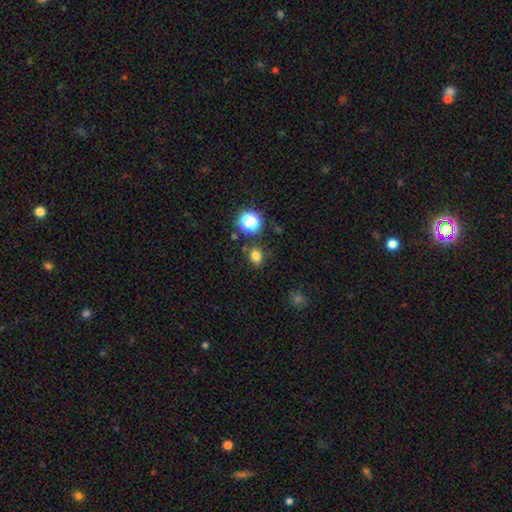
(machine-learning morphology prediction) Smooth or featured?
  - smooth: 77% *
  - star or artifact: 18%
  - featured or disk: 6%
How rounded?
  - round: 60% *
  - in between: 39%
  - cigar-shaped: 1%
Merging?
  - none: 81% *
  - minor disturbance: 11%
  - merger: 5%
  - major disturbance: 3%